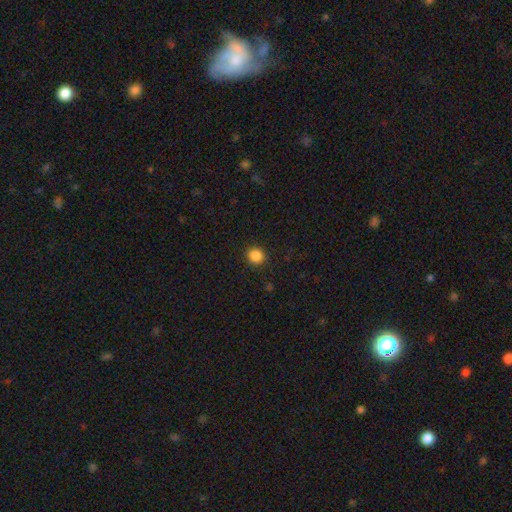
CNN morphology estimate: Smooth or featured: smooth — 86% (star or artifact — 10%)
How rounded: round — 88% (in between — 11%)
Merging: none — 91% (minor disturbance — 6%)